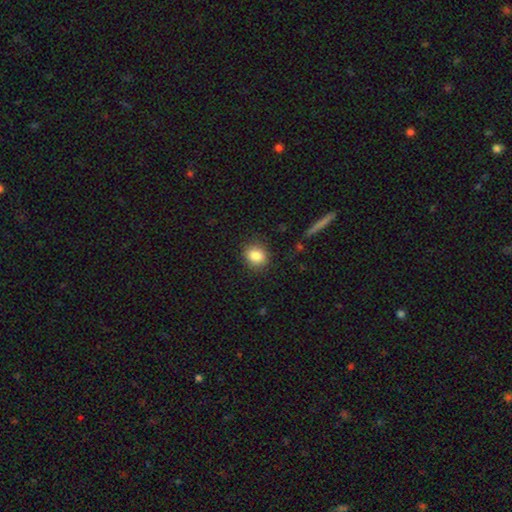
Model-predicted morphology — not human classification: smooth-or-featured: smooth: 85% | star or artifact: 9% | featured or disk: 6%
  how-rounded: round: 64% | in between: 35% | cigar-shaped: 1%
  merging: none: 86% | minor disturbance: 10% | major disturbance: 3% | merger: 1%